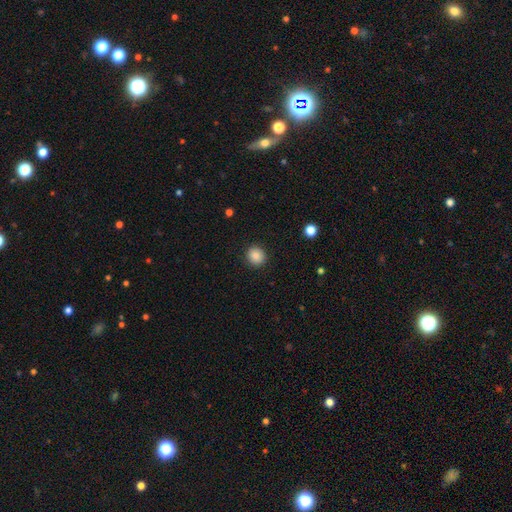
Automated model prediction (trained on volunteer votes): Smooth or featured?
  - smooth: 86% *
  - star or artifact: 9%
  - featured or disk: 5%
How rounded?
  - round: 85% *
  - in between: 14%
  - cigar-shaped: 1%
Merging?
  - none: 90% *
  - minor disturbance: 7%
  - major disturbance: 2%
  - merger: 1%